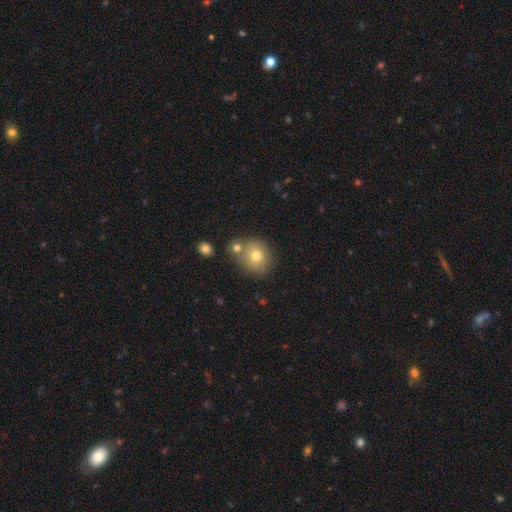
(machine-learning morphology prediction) smooth 74%, featured or disk 14%, star or artifact 12%. Down the decision tree: how rounded — round (82%); merging — none (63%).